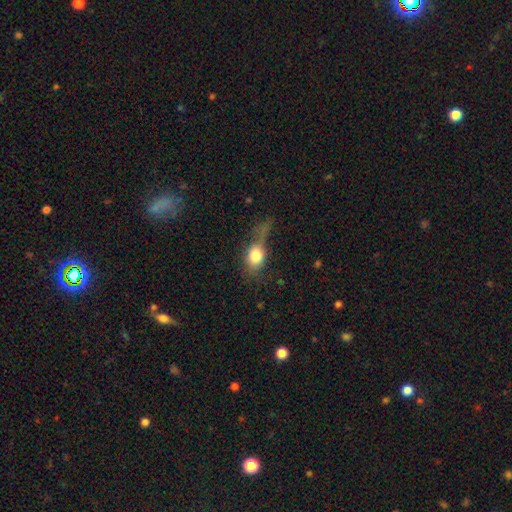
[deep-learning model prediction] Morphology: type=smooth (74%); roundness=in between (58%); merging=major disturbance (35%).